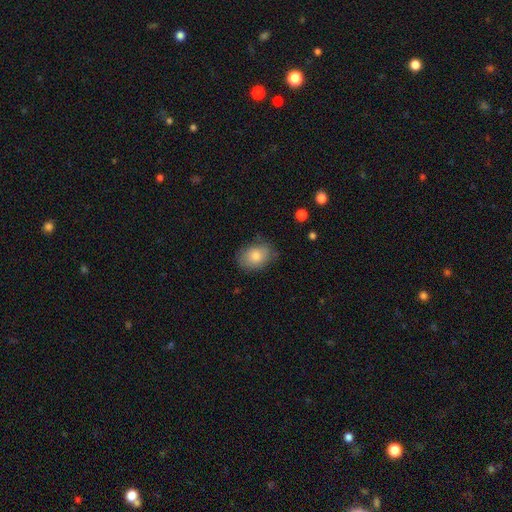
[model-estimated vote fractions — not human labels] A smooth galaxy with no disk features (77%) that is in between round and cigar-shaped (77%).

Vote fractions:
- Smooth or featured? smooth: 77% / featured or disk: 15% / star or artifact: 8%
- How rounded? in between: 77% / round: 22% / cigar-shaped: 1%
- Merging? none: 74% / minor disturbance: 20% / major disturbance: 5% / merger: 1%